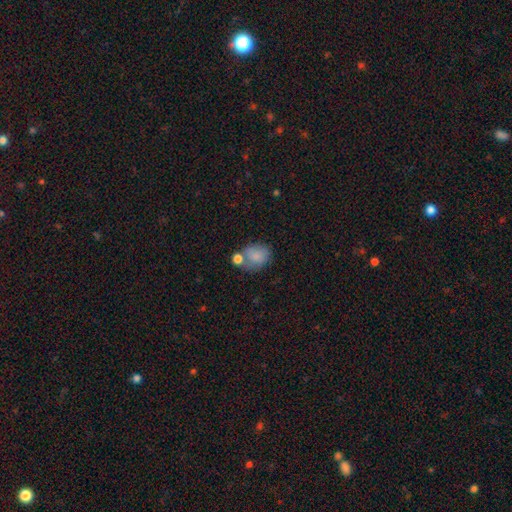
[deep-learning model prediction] A smooth galaxy with no disk features (81%) that is round (60%). Merging: none (45%).